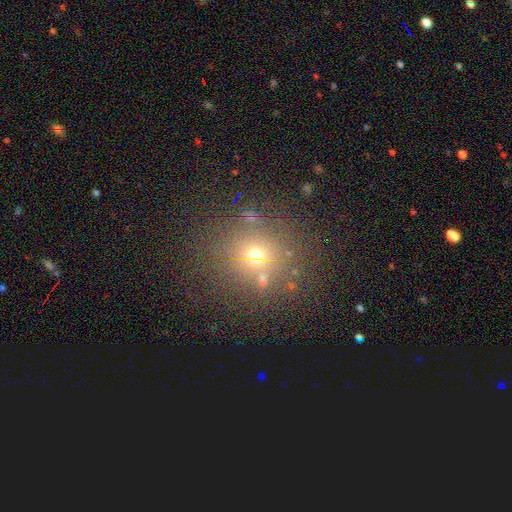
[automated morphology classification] type=smooth (59%); roundness=round (81%); merging=none (76%).